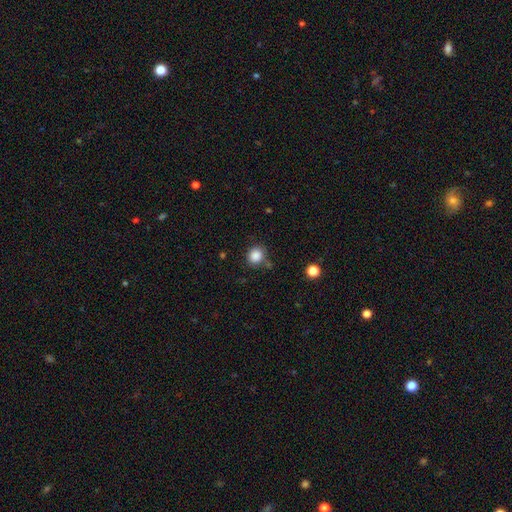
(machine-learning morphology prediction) smooth_or_featured: smooth (p=0.86) [alt: star or artifact p=0.10]
how_rounded: round (p=0.80) [alt: in between p=0.19]
merging: none (p=0.79) [alt: minor disturbance p=0.13]